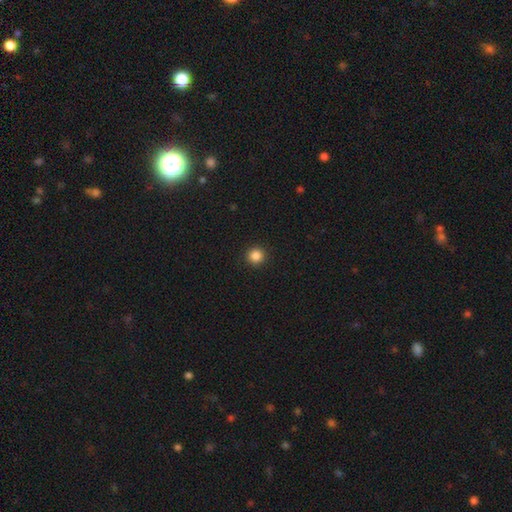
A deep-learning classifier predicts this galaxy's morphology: Smooth or featured? smooth (86%)
How rounded? round (95%)
Merging? none (93%)